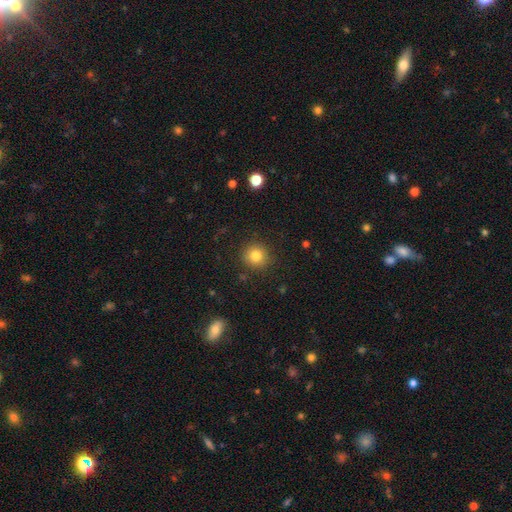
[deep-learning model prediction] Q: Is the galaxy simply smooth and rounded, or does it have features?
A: smooth — 81%.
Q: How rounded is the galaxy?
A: round — 92%.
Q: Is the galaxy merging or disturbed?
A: none — 89%.